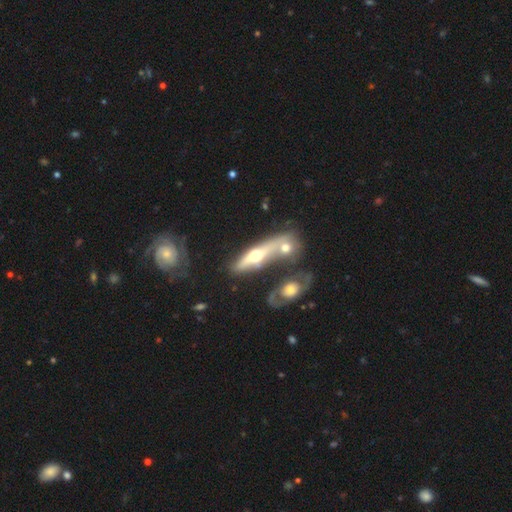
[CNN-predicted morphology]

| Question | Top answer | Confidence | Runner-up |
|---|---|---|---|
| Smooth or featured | featured or disk | 60% | smooth (32%) |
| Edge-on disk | yes | 79% | no (21%) |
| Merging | none | 44% | merger (35%) |